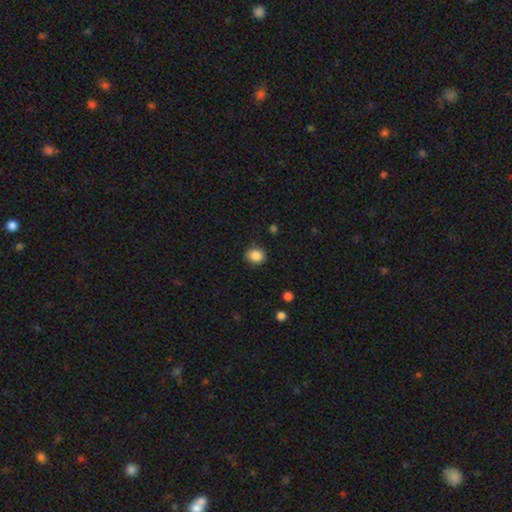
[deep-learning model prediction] Smooth or featured?
  - smooth: 87% *
  - star or artifact: 9%
  - featured or disk: 4%
How rounded?
  - round: 63% *
  - in between: 37%
  - cigar-shaped: 1%
Merging?
  - none: 86% *
  - minor disturbance: 10%
  - major disturbance: 3%
  - merger: 1%